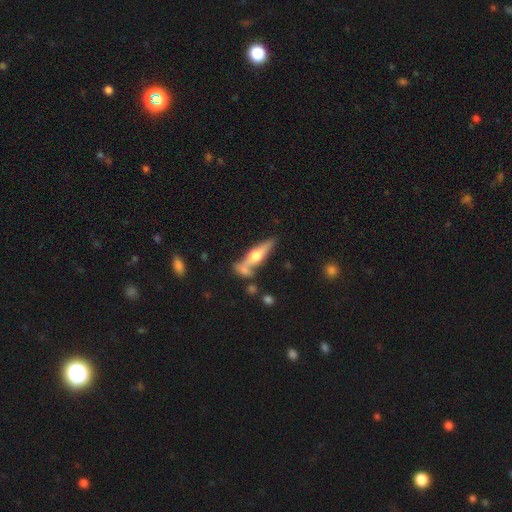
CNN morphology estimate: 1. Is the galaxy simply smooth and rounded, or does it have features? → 57% featured or disk, 37% smooth, 6% star or artifact.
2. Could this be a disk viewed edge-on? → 91% yes, 9% no.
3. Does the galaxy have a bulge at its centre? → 92% rounded, 5% boxy, 3% none.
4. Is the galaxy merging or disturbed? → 58% none, 24% merger, 13% minor disturbance, 5% major disturbance.